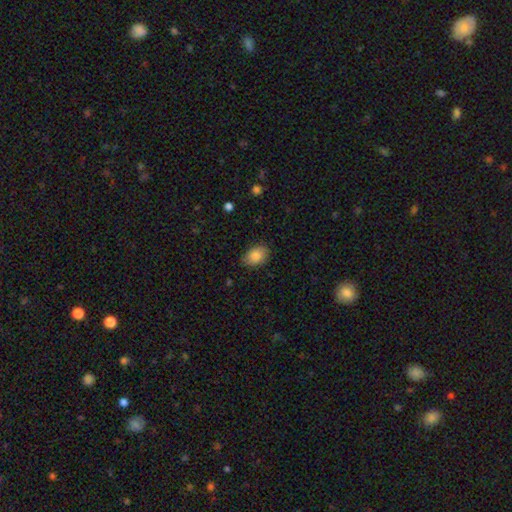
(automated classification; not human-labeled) Smooth or featured?
  - smooth: 85% *
  - featured or disk: 7%
  - star or artifact: 7%
How rounded?
  - in between: 82% *
  - round: 17%
  - cigar-shaped: 1%
Merging?
  - none: 81% *
  - minor disturbance: 15%
  - major disturbance: 3%
  - merger: 1%